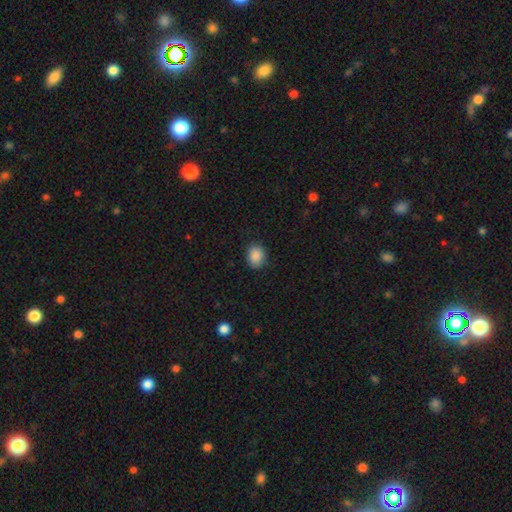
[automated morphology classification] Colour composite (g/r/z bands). It shows a smooth galaxy with no disk features (89%) that is in between round and cigar-shaped (53%). Merging: none (86%).